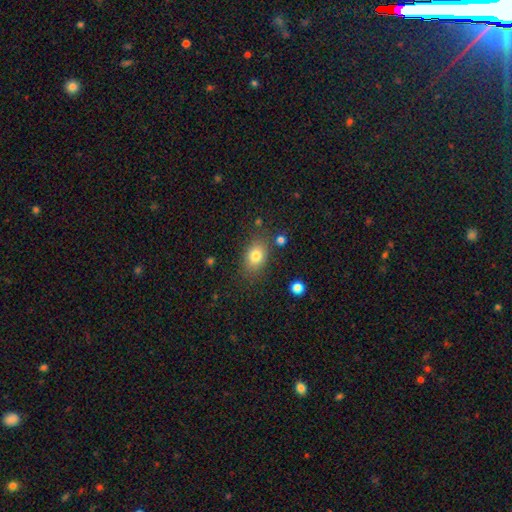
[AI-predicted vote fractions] This appears to be a smooth galaxy with no disk features (80%) that is in between round and cigar-shaped (75%). Merging: none (79%).